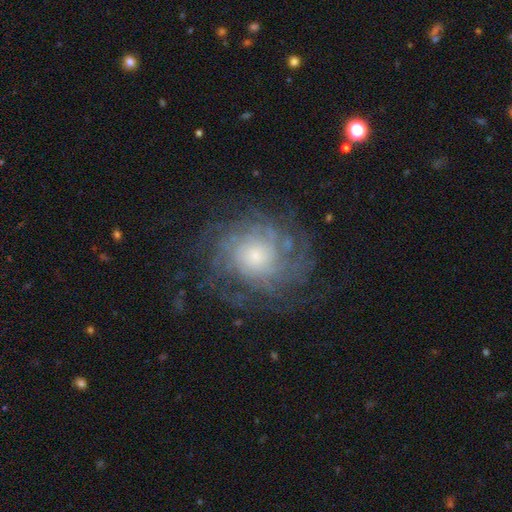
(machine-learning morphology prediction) The model was most divided on "spiral arm count": can't tell: 35%, more than 4: 25%, 4: 18%, 3: 9%, 2: 7%, 1: 6%. More confident: edge-on disk — no (97%); spiral arms — yes (93%); bar — no (81%); smooth or featured — featured or disk (79%); merging — none (75%); spiral winding — tight (65%); bulge size — small (60%).